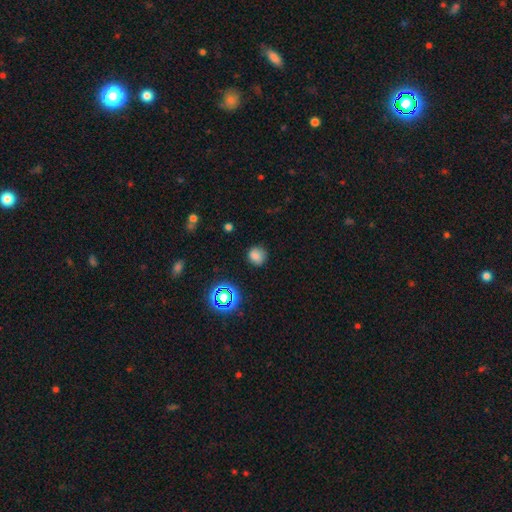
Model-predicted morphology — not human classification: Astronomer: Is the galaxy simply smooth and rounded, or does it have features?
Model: smooth — 77%.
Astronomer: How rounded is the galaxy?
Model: round — 85%.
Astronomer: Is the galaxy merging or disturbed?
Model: none — 82%.